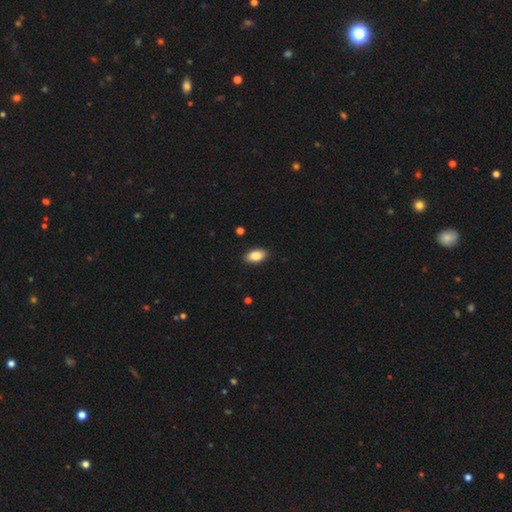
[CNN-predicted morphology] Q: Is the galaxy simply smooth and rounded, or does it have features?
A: smooth — 86%.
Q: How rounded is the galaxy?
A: in between — 92%.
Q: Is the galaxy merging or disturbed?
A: none — 89%.